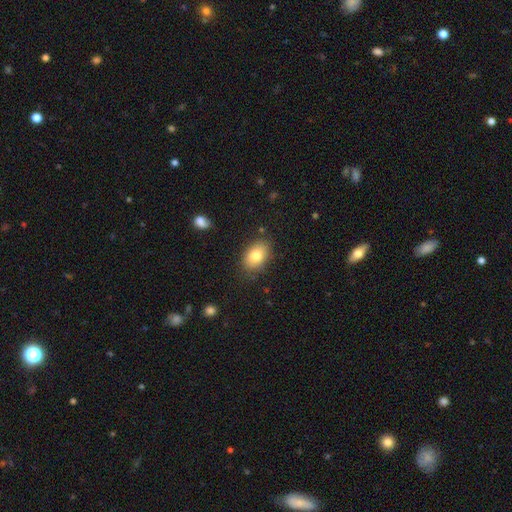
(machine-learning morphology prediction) The model was most divided on "how rounded": in between: 82%, round: 17%, cigar-shaped: 1%. More confident: merging — none (83%); smooth or featured — smooth (79%).